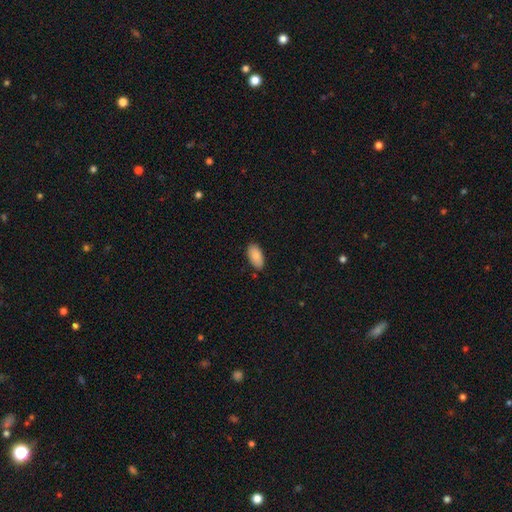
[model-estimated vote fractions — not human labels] smooth 89%, star or artifact 7%, featured or disk 5%. Down the decision tree: how rounded — in between (95%); merging — none (84%).